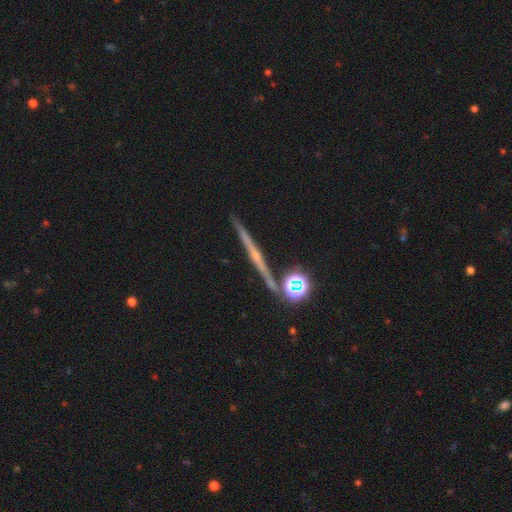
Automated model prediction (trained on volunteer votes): The model was most divided on "edge-on bulge": rounded: 59%, none: 32%, boxy: 8%. More confident: edge-on disk — yes (97%); merging — none (88%); smooth or featured — featured or disk (69%).